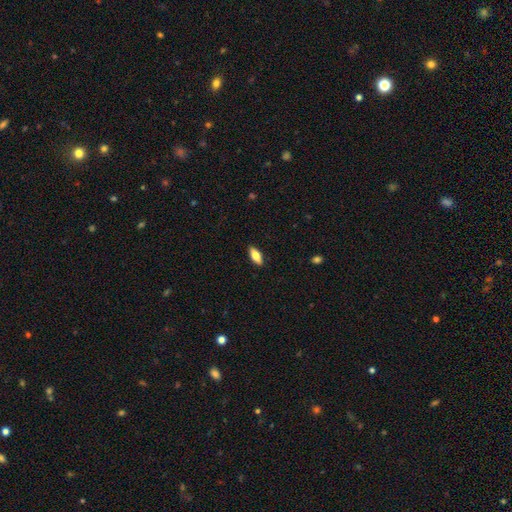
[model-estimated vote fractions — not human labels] This appears to be a smooth galaxy with no disk features (70%) that is in between round and cigar-shaped (79%). Merging: none (89%).